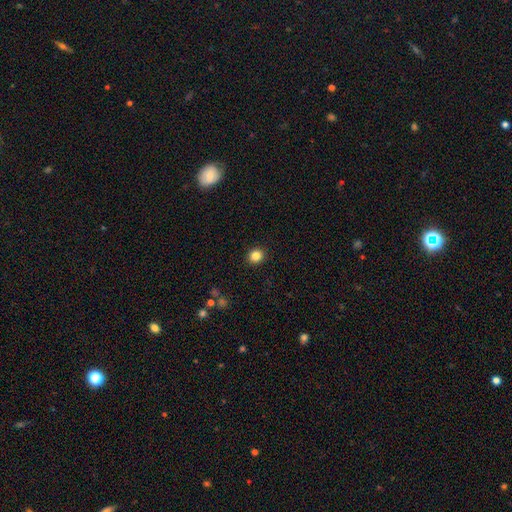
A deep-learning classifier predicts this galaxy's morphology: Smooth or featured: smooth — 84% (star or artifact — 11%)
How rounded: round — 83% (in between — 16%)
Merging: none — 92% (minor disturbance — 5%)